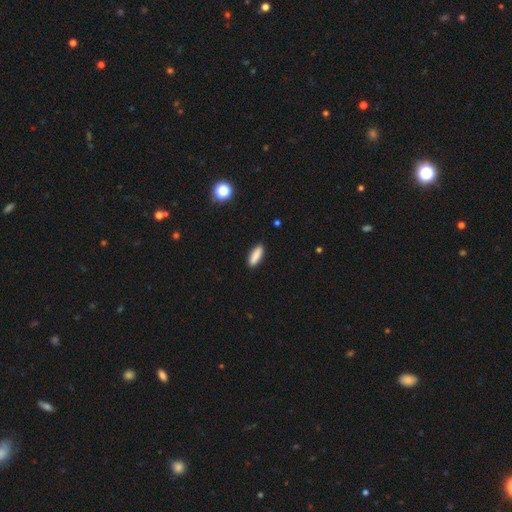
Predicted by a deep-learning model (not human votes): The model was most divided on "how rounded": in between: 52%, cigar-shaped: 46%, round: 2%. More confident: merging — none (89%); smooth or featured — smooth (88%).